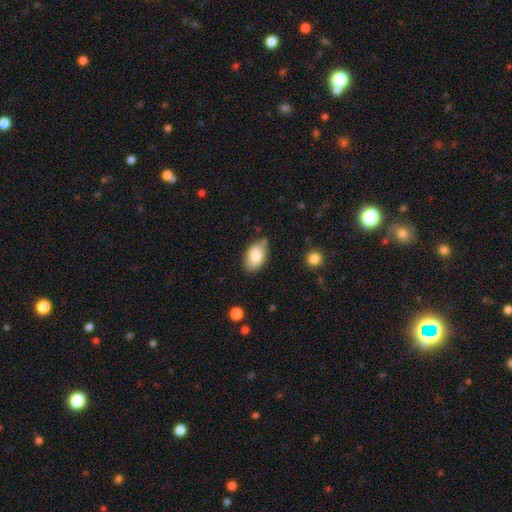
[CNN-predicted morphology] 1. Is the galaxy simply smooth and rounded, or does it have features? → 82% smooth, 12% featured or disk, 6% star or artifact.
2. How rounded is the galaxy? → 92% in between, 6% round, 1% cigar-shaped.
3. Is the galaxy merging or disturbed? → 77% none, 17% minor disturbance, 3% major disturbance, 3% merger.